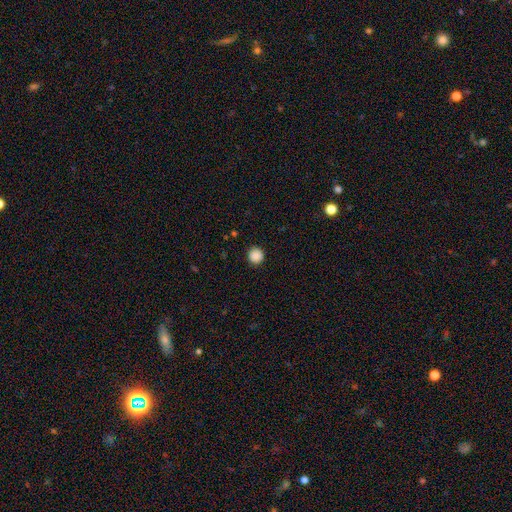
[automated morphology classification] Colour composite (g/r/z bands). It shows a smooth galaxy with no disk features (88%) that is round (95%). Merging: none (92%).